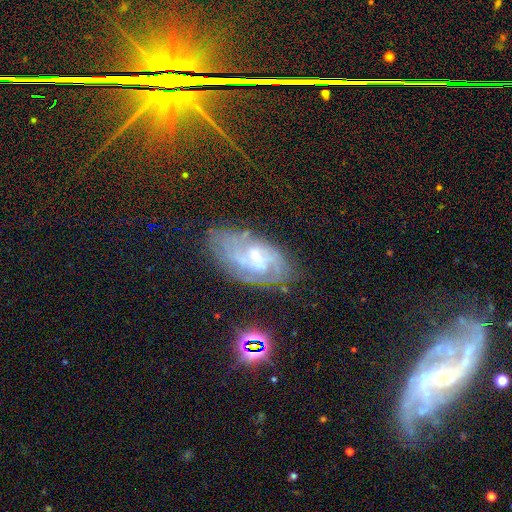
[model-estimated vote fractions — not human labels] smooth-or-featured: featured or disk: 76% | star or artifact: 12% | smooth: 12%
  disk-edge-on: no: 94% | yes: 6%
    bar: weak: 46% | no: 43% | strong: 11%
    has-spiral-arms: yes: 92% | no: 8%
      spiral-winding: tight: 58% | medium: 32% | loose: 9%
      spiral-arm-count: can't tell: 41% | 2: 25% | 3: 15% | 4: 8% | 1: 5% | more than 4: 5%
    bulge-size: small: 57% | moderate: 38% | none: 2% | large: 2% | dominant: 1%
  merging: none: 71% | minor disturbance: 19% | major disturbance: 7% | merger: 2%